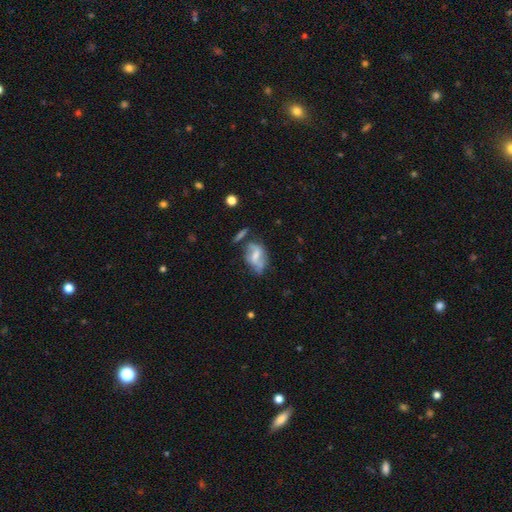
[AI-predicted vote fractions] This is possibly a featured or disk galaxy (50%). Merging: marginally none (39%).